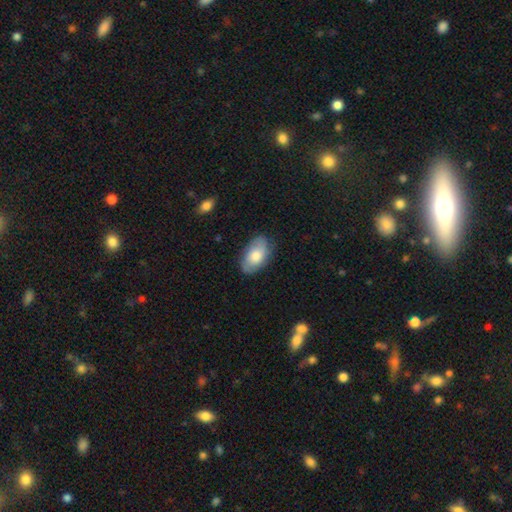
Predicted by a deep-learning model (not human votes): This is likely a smooth galaxy (70%). How rounded: clearly in between (94%). Merging: likely none (77%).